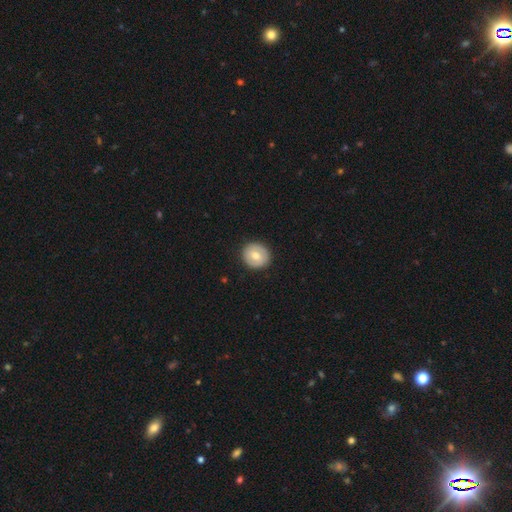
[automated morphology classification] type=smooth (67%); roundness=round (90%); merging=none (90%).